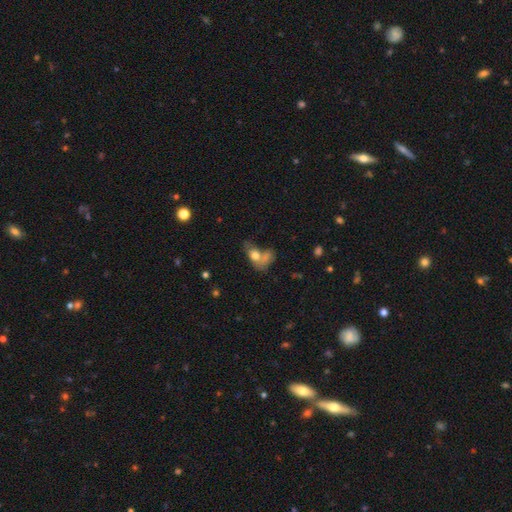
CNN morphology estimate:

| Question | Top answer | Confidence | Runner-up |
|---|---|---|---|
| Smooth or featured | smooth | 70% | featured or disk (20%) |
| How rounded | in between | 77% | round (18%) |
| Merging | merger | 43% | none (24%) |